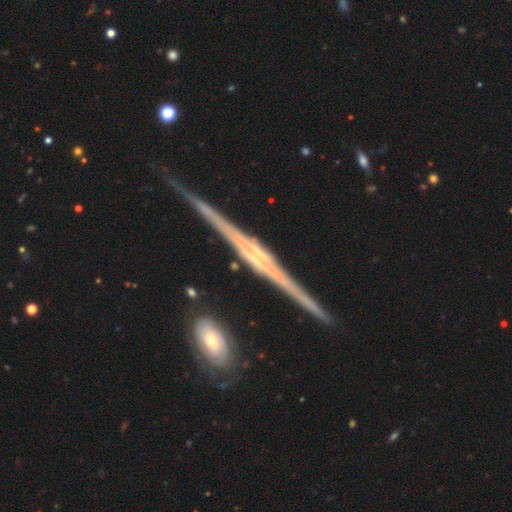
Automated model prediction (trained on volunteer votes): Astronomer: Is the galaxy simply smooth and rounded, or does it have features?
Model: featured or disk — 88%.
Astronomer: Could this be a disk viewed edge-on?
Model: yes — 98%.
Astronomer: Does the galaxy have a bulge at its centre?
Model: rounded — 42% (runner-up: boxy, 36%).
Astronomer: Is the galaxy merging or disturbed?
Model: none — 84%.